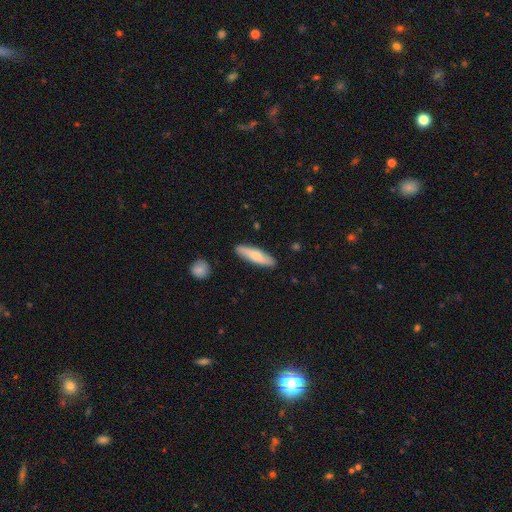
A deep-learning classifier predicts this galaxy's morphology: Smooth or featured? Predicted: smooth (p=0.69). How rounded? Predicted: cigar-shaped (p=0.67). Merging? Predicted: none (p=0.87).